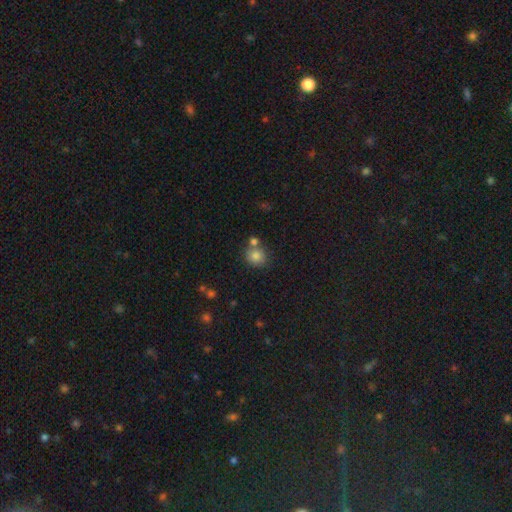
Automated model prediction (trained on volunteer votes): smooth-or-featured: smooth: 82% | star or artifact: 11% | featured or disk: 7%
  how-rounded: round: 83% | in between: 17% | cigar-shaped: 1%
  merging: none: 64% | merger: 22% | minor disturbance: 11% | major disturbance: 3%